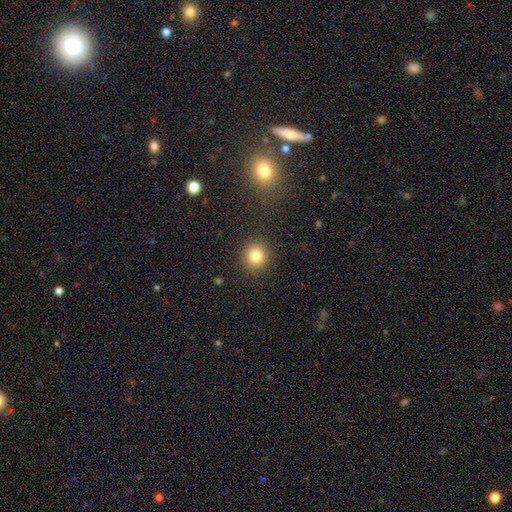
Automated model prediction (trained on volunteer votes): A smooth galaxy with no disk features (81%) that is round (91%).

Vote fractions:
- Smooth or featured? smooth: 81% / star or artifact: 12% / featured or disk: 7%
- How rounded? round: 91% / in between: 8% / cigar-shaped: 1%
- Merging? none: 90% / minor disturbance: 6% / major disturbance: 3% / merger: 1%